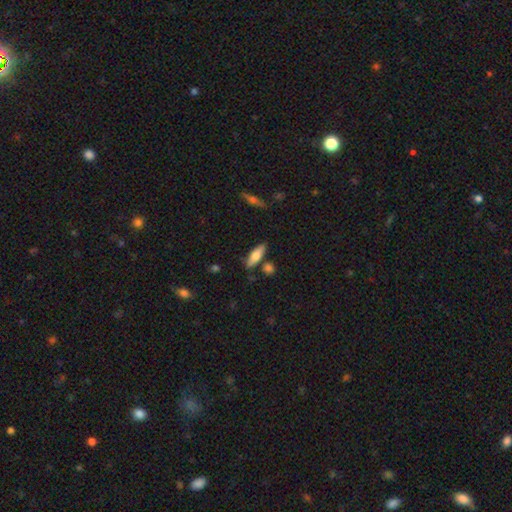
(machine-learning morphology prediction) smooth_or_featured: smooth (p=0.68) [alt: featured or disk p=0.26]
how_rounded: in between (p=0.54) [alt: cigar-shaped p=0.44]
merging: none (p=0.77) [alt: minor disturbance p=0.13]